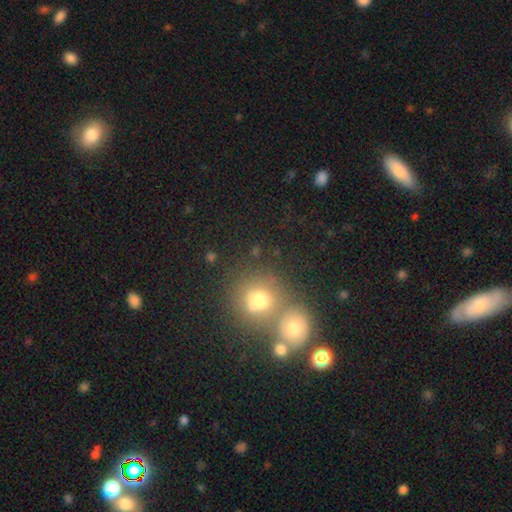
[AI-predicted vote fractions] Smooth or featured?
  - smooth: 59% *
  - star or artifact: 26%
  - featured or disk: 15%
How rounded?
  - round: 79% *
  - in between: 19%
  - cigar-shaped: 2%
Merging?
  - none: 51% *
  - merger: 35%
  - minor disturbance: 9%
  - major disturbance: 4%